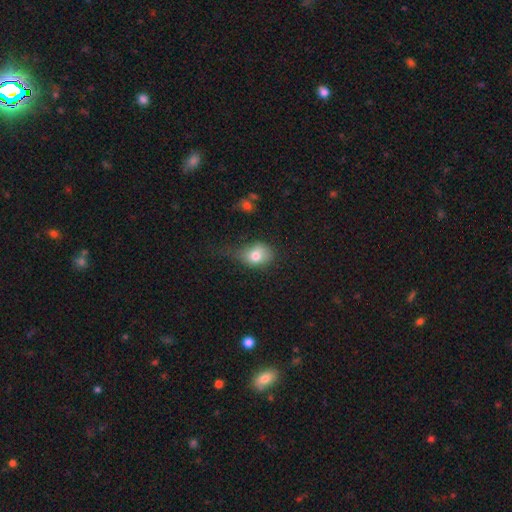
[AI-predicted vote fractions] The model was most divided on "merging": minor disturbance: 38%, none: 37%, major disturbance: 22%, merger: 3%. More confident: smooth or featured — smooth (78%); how rounded — in between (59%).